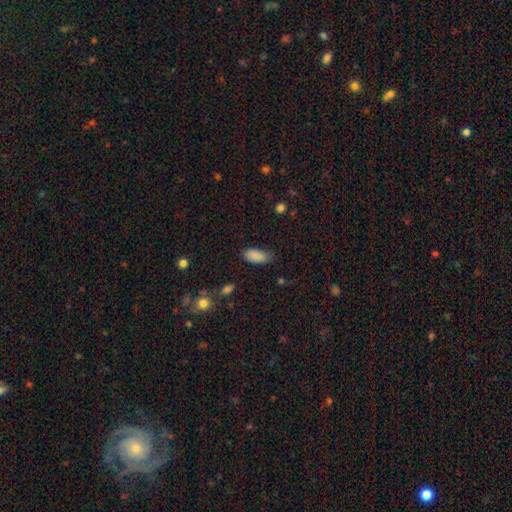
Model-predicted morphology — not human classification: Smooth or featured: smooth — 88% (star or artifact — 8%)
How rounded: in between — 89% (cigar-shaped — 9%)
Merging: none — 74% (minor disturbance — 20%)